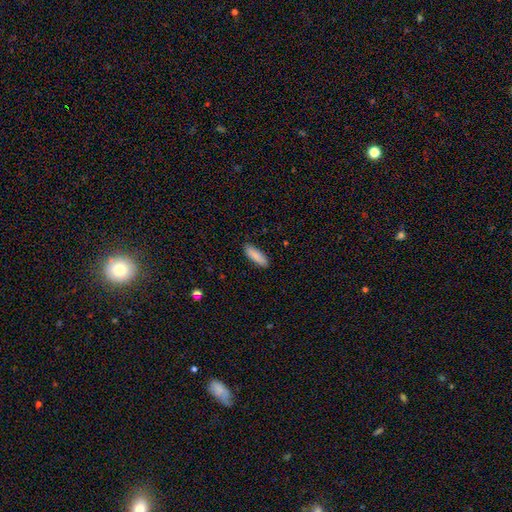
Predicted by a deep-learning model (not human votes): A smooth galaxy with no disk features (87%) that is in between round and cigar-shaped (53%). Merging: none (88%).